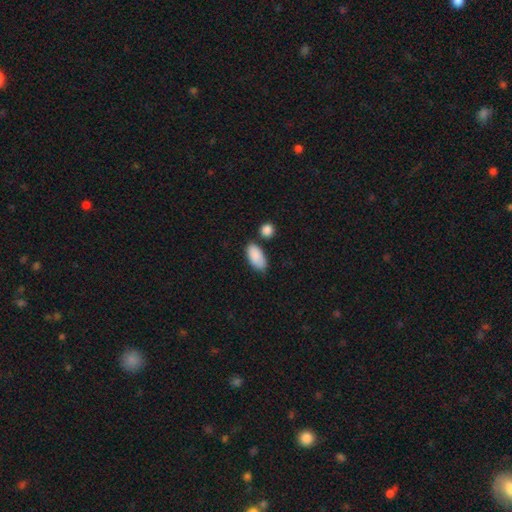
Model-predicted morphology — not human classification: This appears to be a smooth galaxy with no disk features (88%) that is in between round and cigar-shaped (92%). Merging: none (66%).